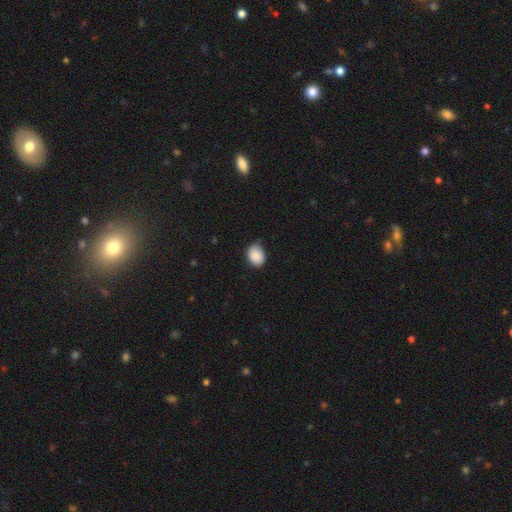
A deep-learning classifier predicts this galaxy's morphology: Smooth or featured: smooth — 89% (star or artifact — 7%)
How rounded: in between — 59% (round — 40%)
Merging: none — 74% (minor disturbance — 22%)